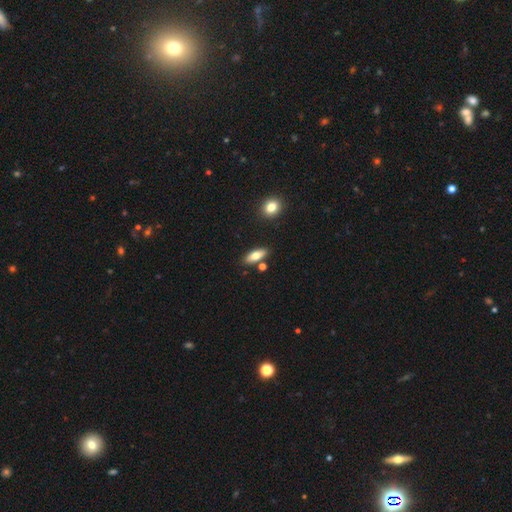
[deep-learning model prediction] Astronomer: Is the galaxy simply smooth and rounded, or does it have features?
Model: smooth — 74%.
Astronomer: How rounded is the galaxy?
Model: in between — 73%.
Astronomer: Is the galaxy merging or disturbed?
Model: none — 80%.